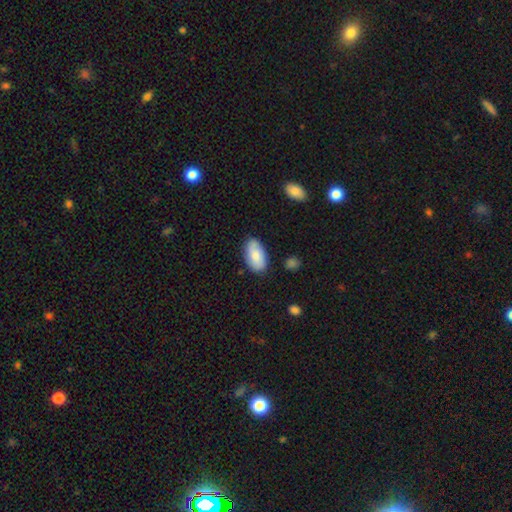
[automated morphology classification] smooth_or_featured: smooth (p=0.81) [alt: featured or disk p=0.13]
how_rounded: in between (p=0.95) [alt: round p=0.03]
merging: none (p=0.81) [alt: minor disturbance p=0.14]